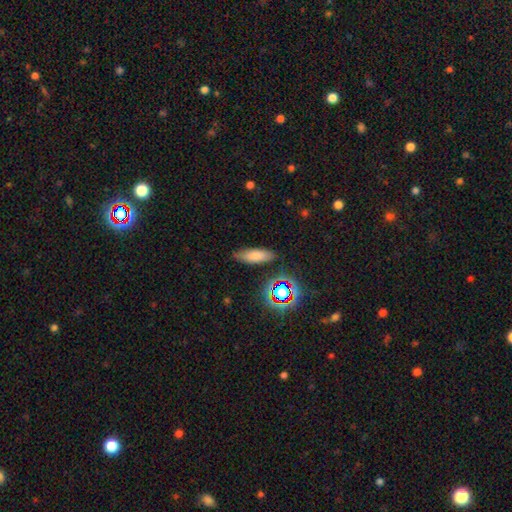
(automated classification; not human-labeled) Smooth or featured? smooth (73%)
How rounded? in between (61%)
Merging? none (81%)